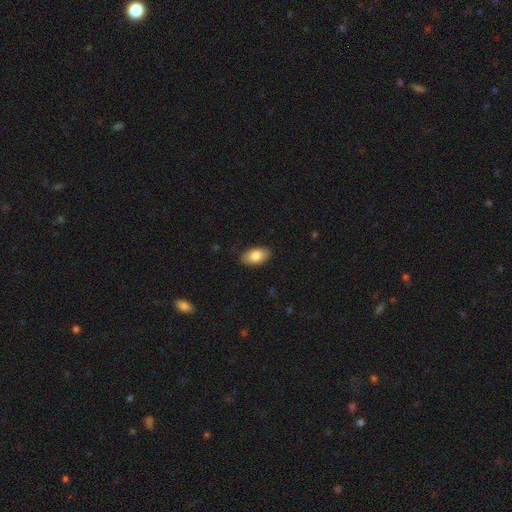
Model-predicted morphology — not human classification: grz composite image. It shows a smooth galaxy with no disk features (82%) that is in between round and cigar-shaped (94%). Merging: none (87%).